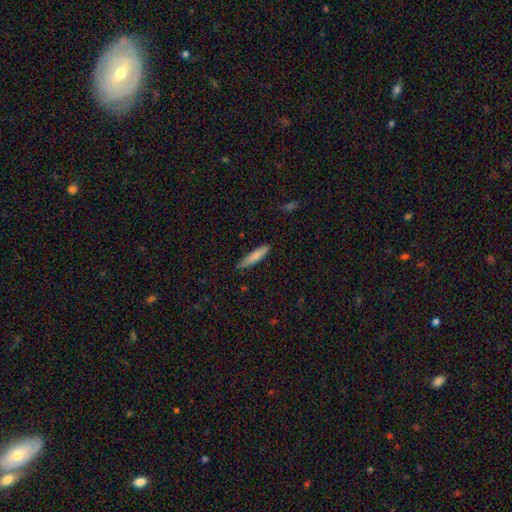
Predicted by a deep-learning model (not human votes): Q: Smooth or featured?
A: smooth (80%); runner-up: featured or disk (14%)
Q: How rounded?
A: cigar-shaped (85%); runner-up: in between (14%)
Q: Merging?
A: none (82%); runner-up: minor disturbance (14%)